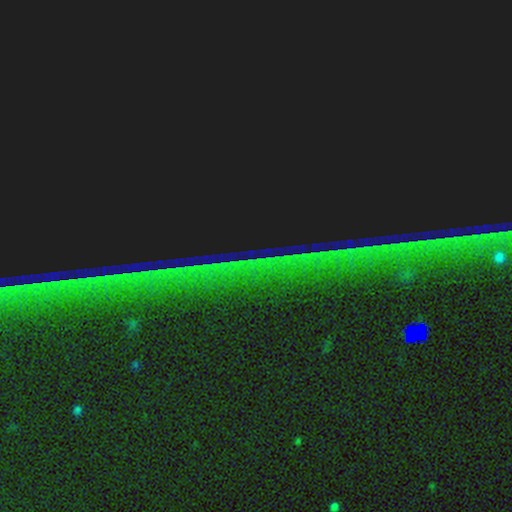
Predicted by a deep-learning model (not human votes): Smooth or featured?
  - star or artifact: 88% *
  - featured or disk: 6%
  - smooth: 6%